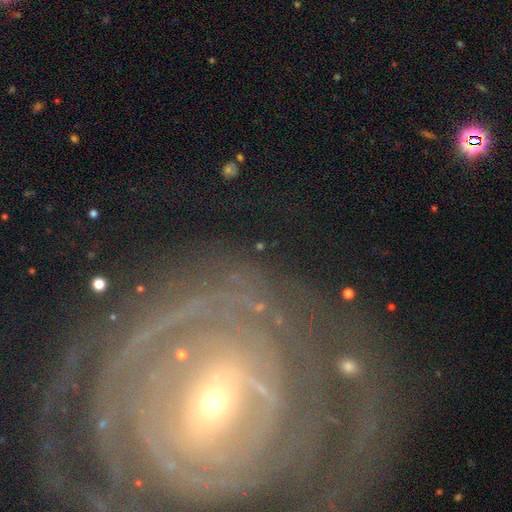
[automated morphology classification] smooth_or_featured: featured or disk (p=0.76) [alt: star or artifact p=0.13]
disk_edge_on: no (p=0.94) [alt: yes p=0.06]
bar: no (p=0.35) [tied with: strong p=0.35]
has_spiral_arms: yes (p=0.81) [alt: no p=0.19]
spiral_winding: tight (p=0.67) [alt: medium p=0.23]
spiral_arm_count: can't tell (p=0.34) [alt: 2 p=0.25]
bulge_size: small (p=0.65) [alt: moderate p=0.28]
merging: none (p=0.69) [alt: minor disturbance p=0.14]